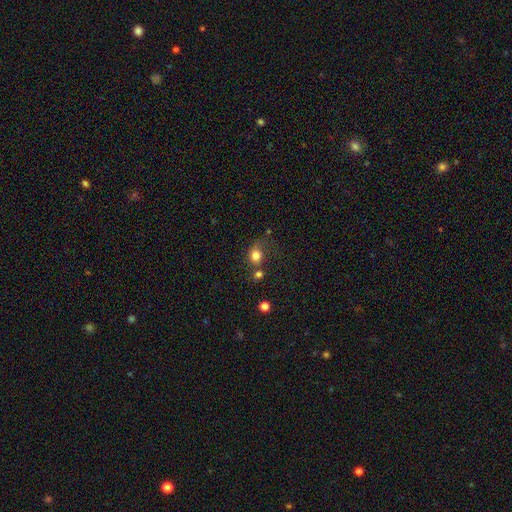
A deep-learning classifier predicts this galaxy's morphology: smooth-or-featured: smooth: 78% | star or artifact: 12% | featured or disk: 10%
  how-rounded: round: 68% | in between: 31% | cigar-shaped: 1%
  merging: none: 43% | merger: 23% | minor disturbance: 19% | major disturbance: 15%